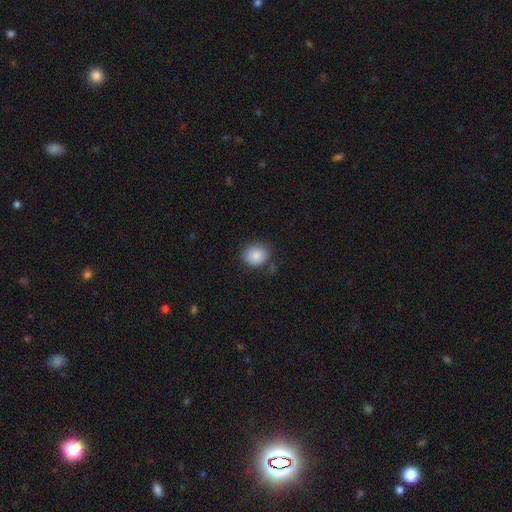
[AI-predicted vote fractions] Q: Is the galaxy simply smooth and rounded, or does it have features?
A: smooth — 88%.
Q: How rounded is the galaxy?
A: round — 68%.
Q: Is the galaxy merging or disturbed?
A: none — 77%.